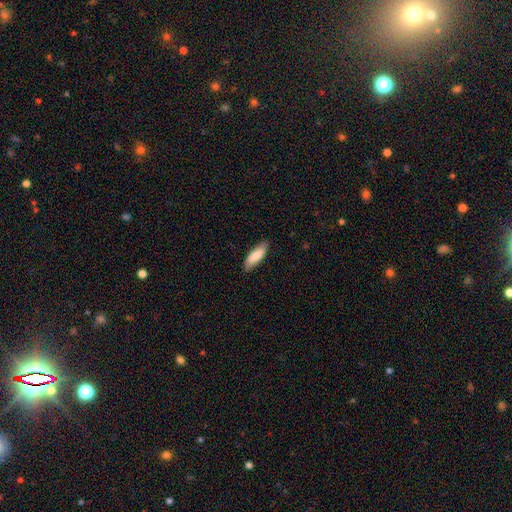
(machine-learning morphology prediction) Smooth or featured? smooth (84%)
How rounded? in between (62%)
Merging? none (84%)